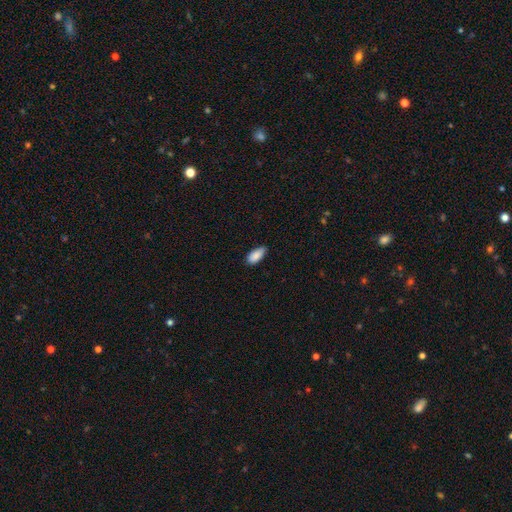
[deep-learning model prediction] Q: Smooth or featured?
A: smooth (88%); runner-up: star or artifact (7%)
Q: How rounded?
A: in between (90%); runner-up: cigar-shaped (8%)
Q: Merging?
A: none (73%); runner-up: minor disturbance (23%)